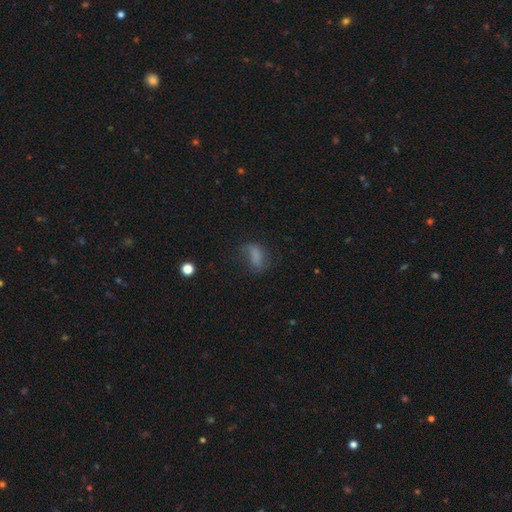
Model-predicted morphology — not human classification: A smooth galaxy with no disk features (67%) that is in between round and cigar-shaped (79%). Merging: none (47%).